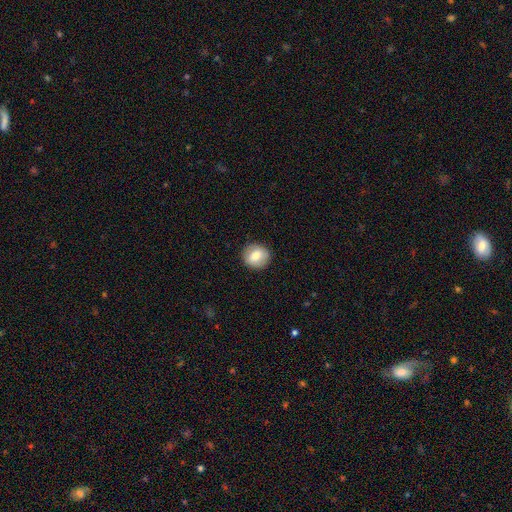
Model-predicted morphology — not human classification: Smooth or featured? Predicted: smooth (p=0.72). How rounded? Predicted: round (p=0.84). Merging? Predicted: none (p=0.88).